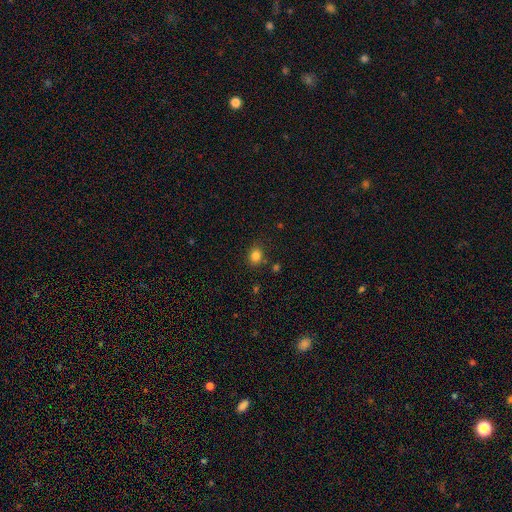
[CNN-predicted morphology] Smooth or featured? smooth (83%)
How rounded? round (64%)
Merging? none (82%)